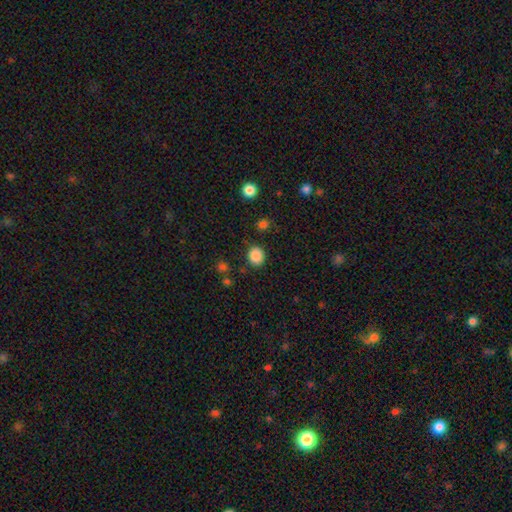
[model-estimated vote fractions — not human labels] Overall: smooth (87%). How rounded: round (77%). Merging: none (86%).